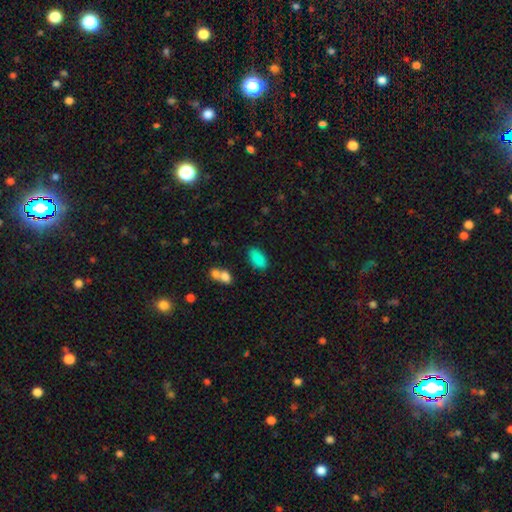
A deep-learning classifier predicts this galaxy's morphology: Overall: smooth (86%). How rounded: in between (90%). Merging: none (77%).